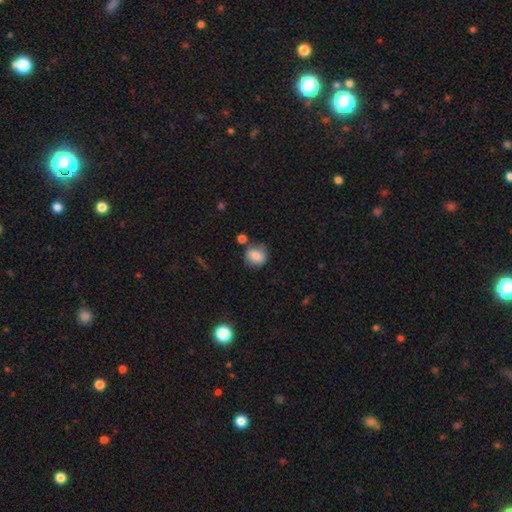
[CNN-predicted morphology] Smooth or featured: smooth — 83% (star or artifact — 9%)
How rounded: round — 76% (in between — 23%)
Merging: none — 69% (minor disturbance — 17%)